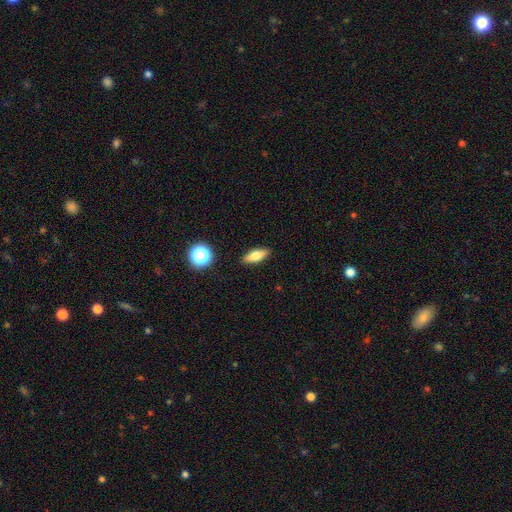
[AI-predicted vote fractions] smooth_or_featured: smooth (p=0.67) [alt: featured or disk p=0.24]
how_rounded: in between (p=0.62) [alt: cigar-shaped p=0.33]
merging: none (p=0.88) [alt: minor disturbance p=0.08]